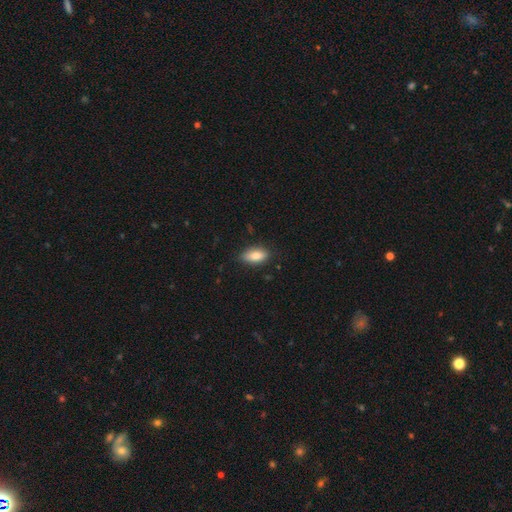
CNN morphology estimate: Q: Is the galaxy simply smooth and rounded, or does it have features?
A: smooth — 80%.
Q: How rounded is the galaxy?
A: in between — 86%.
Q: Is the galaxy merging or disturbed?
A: none — 81%.